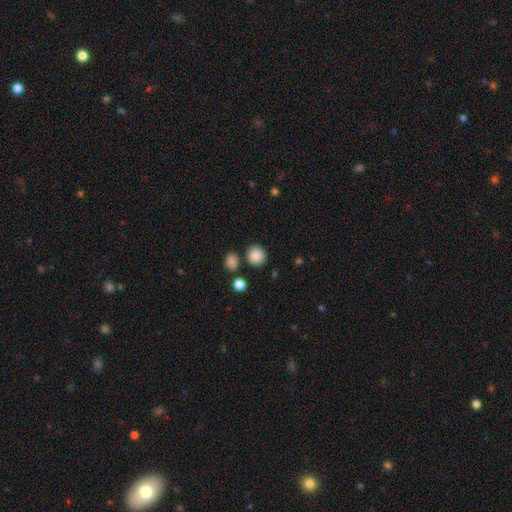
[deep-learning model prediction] Smooth or featured?
  - smooth: 86% *
  - star or artifact: 10%
  - featured or disk: 4%
How rounded?
  - round: 88% *
  - in between: 11%
  - cigar-shaped: 1%
Merging?
  - none: 82% *
  - minor disturbance: 9%
  - merger: 6%
  - major disturbance: 3%